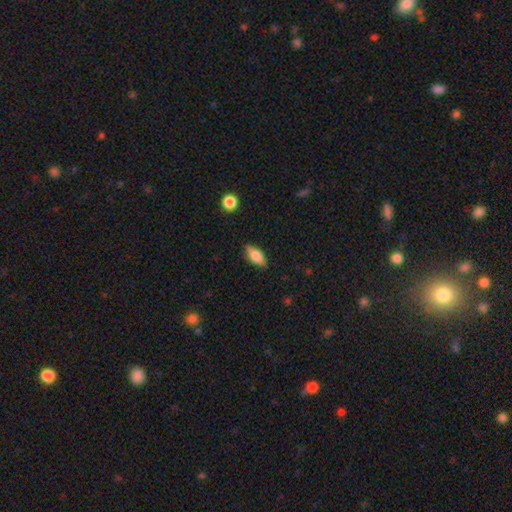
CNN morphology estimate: Smooth or featured? Predicted: smooth (p=0.70). How rounded? Predicted: in between (p=0.80). Merging? Predicted: none (p=0.83).